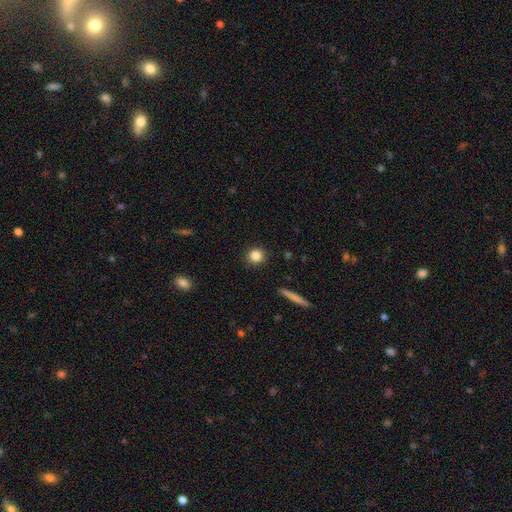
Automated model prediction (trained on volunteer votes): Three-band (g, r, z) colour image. It shows a smooth galaxy with no disk features (84%) that is round (90%). Merging: none (91%).